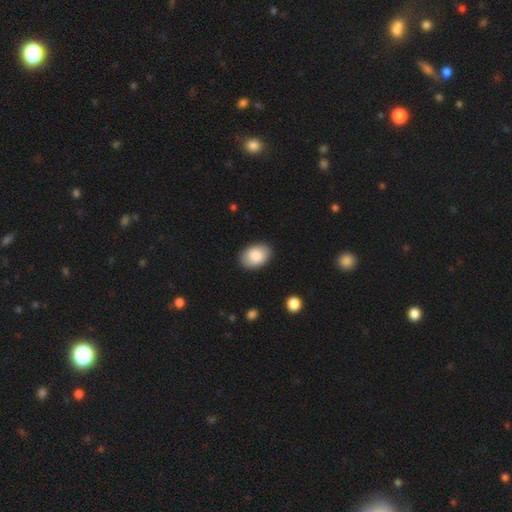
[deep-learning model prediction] Smooth or featured? smooth (86%)
How rounded? in between (85%)
Merging? none (88%)